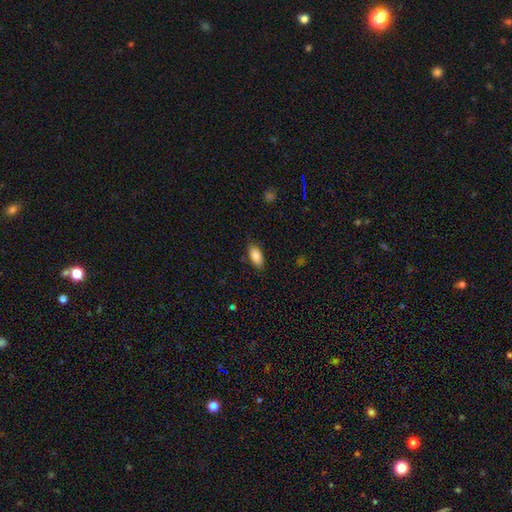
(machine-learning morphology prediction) Overall: smooth (85%). How rounded: in between (91%). Merging: none (81%).